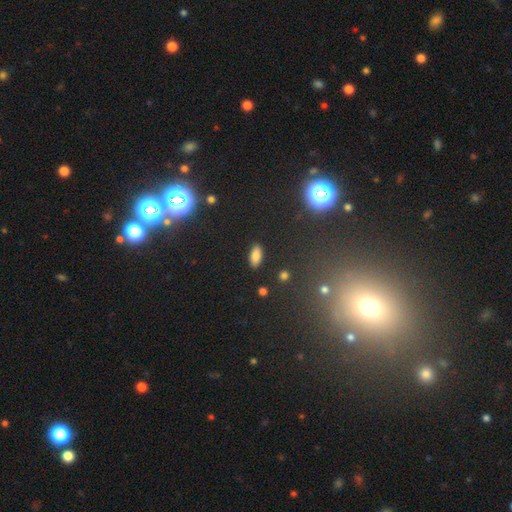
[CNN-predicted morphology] type=smooth (82%); roundness=in between (88%); merging=none (90%).